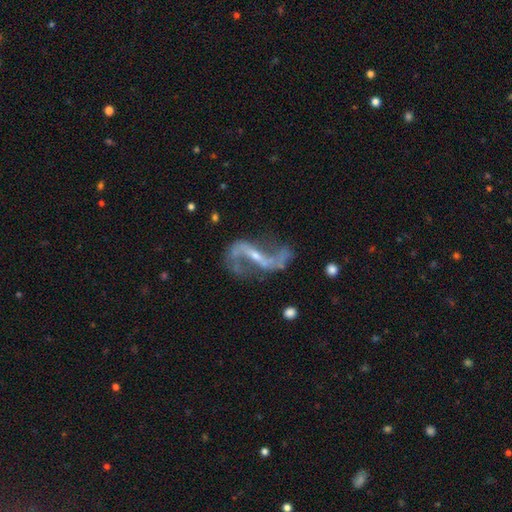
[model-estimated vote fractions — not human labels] This appears to be a featured or disk galaxy (90%) with a strong bar (45%), 2 (93%) loose (78%) spiral arms (96%) and a small central bulge (70%). Merging: none (65%).